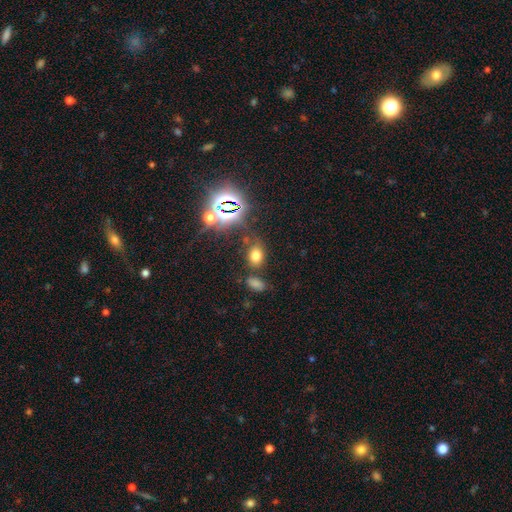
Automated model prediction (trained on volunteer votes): smooth_or_featured: smooth (p=0.65) [alt: star or artifact p=0.27]
how_rounded: in between (p=0.73) [alt: round p=0.25]
merging: none (p=0.71) [alt: minor disturbance p=0.14]